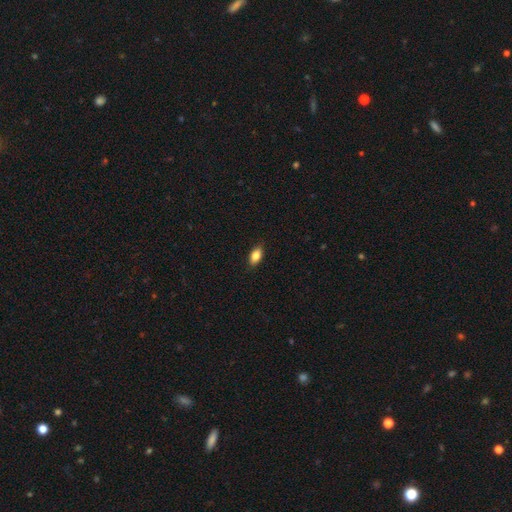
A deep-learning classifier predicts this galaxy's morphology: smooth 84%, featured or disk 9%, star or artifact 7%. Down the decision tree: how rounded — in between (89%); merging — none (87%).